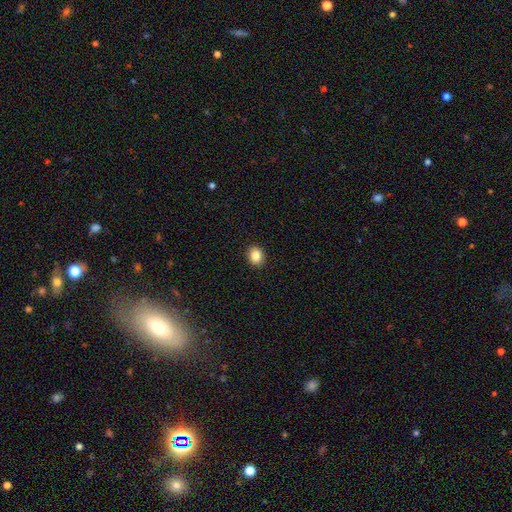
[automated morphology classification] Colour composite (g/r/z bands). It shows a smooth galaxy with no disk features (86%) that is round (55%). Merging: none (92%).